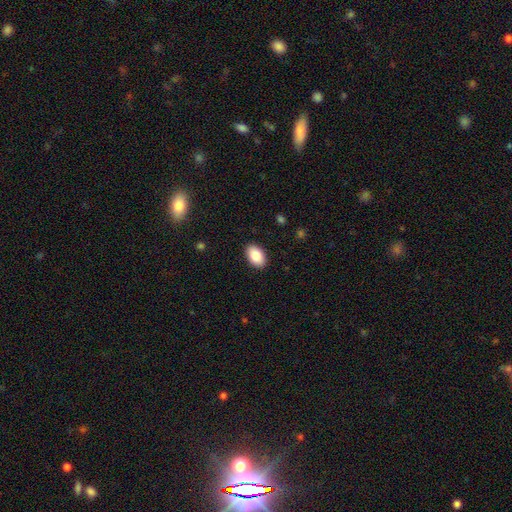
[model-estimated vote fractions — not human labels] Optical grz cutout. It shows a smooth galaxy with no disk features (86%) that is in between round and cigar-shaped (92%). Merging: none (90%).